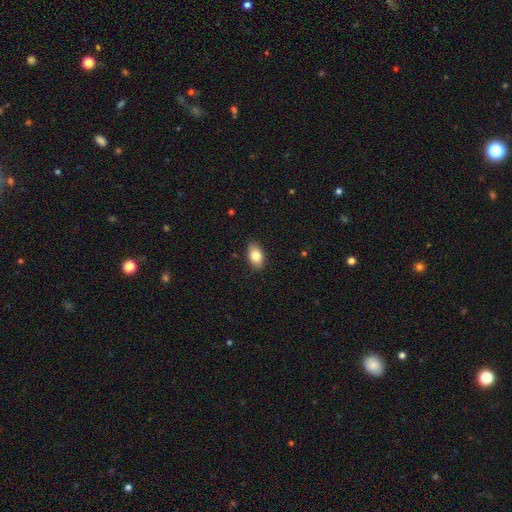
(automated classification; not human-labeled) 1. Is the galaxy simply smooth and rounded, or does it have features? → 82% smooth, 11% featured or disk, 7% star or artifact.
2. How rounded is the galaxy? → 89% in between, 9% round, 2% cigar-shaped.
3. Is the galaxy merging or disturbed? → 87% none, 10% minor disturbance, 2% major disturbance, 1% merger.